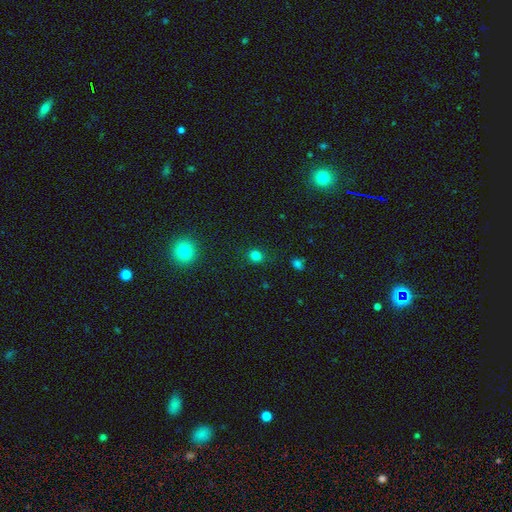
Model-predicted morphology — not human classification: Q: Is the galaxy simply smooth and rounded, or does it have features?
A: smooth — 80%.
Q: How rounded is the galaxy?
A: round — 81%.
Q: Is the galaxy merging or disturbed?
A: none — 85%.